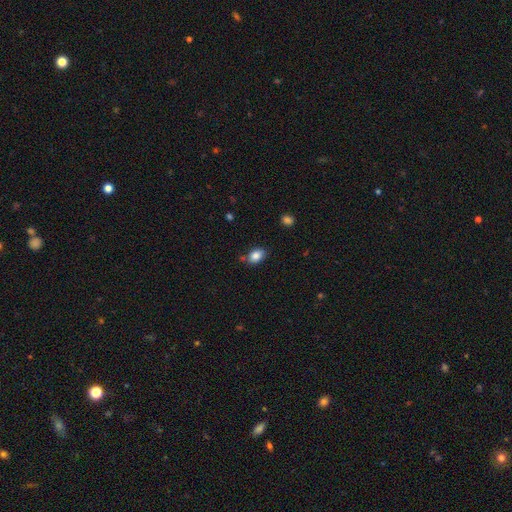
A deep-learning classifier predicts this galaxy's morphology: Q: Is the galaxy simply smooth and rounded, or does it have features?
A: smooth — 85%.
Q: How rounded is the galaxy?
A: in between — 81%.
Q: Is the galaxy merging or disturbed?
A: none — 77%.